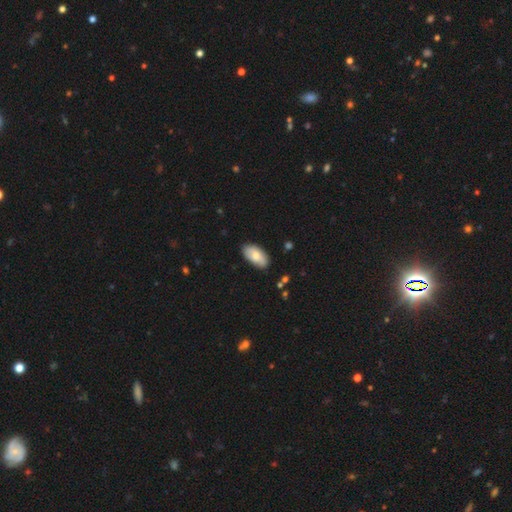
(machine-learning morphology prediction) Q: Smooth or featured?
A: smooth (72%); runner-up: featured or disk (22%)
Q: How rounded?
A: in between (94%); runner-up: round (3%)
Q: Merging?
A: none (76%); runner-up: minor disturbance (19%)